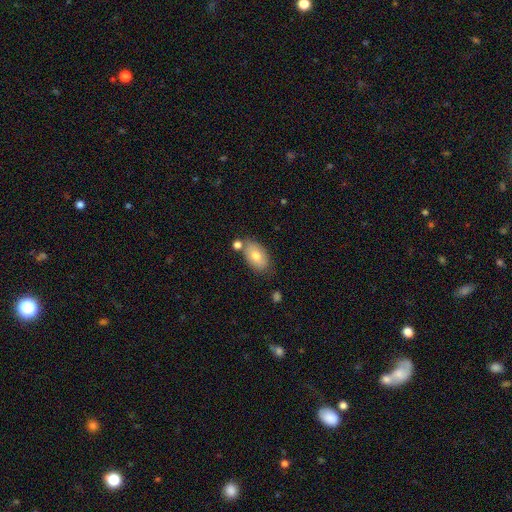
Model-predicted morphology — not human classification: smooth-or-featured: smooth: 76% | featured or disk: 17% | star or artifact: 7%
  how-rounded: in between: 92% | round: 6% | cigar-shaped: 2%
  merging: none: 70% | minor disturbance: 15% | merger: 12% | major disturbance: 4%